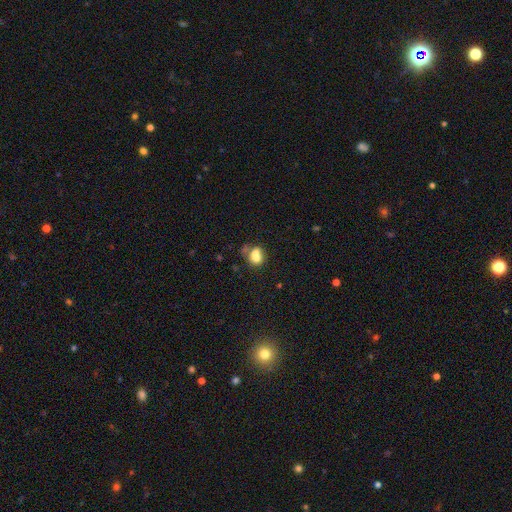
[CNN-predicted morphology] This is likely a smooth galaxy (72%). How rounded: possibly in between (60%). Merging: marginally merger (38%).